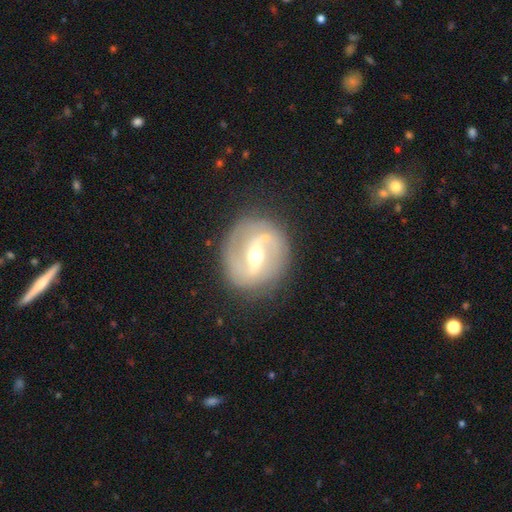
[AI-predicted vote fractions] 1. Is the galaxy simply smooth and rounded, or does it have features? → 80% featured or disk, 14% smooth, 6% star or artifact.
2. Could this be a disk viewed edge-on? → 94% no, 6% yes.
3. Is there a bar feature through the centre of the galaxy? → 53% strong, 34% weak, 13% no.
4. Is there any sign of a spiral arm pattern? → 76% yes, 24% no.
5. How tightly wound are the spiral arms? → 43% medium, 32% loose, 25% tight.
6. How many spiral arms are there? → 86% 2, 8% can't tell, 3% 1, 2% 3, 1% 4, 1% more than 4.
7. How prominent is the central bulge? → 71% moderate, 20% small, 7% large, 1% dominant, 1% none.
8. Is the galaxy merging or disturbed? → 80% none, 12% minor disturbance, 5% major disturbance, 2% merger.